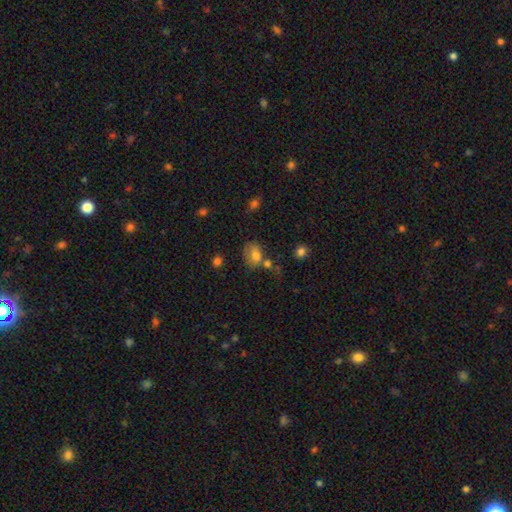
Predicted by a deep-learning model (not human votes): Q: Smooth or featured?
A: smooth (74%); runner-up: featured or disk (15%)
Q: How rounded?
A: in between (66%); runner-up: round (33%)
Q: Merging?
A: none (40%); runner-up: minor disturbance (24%)